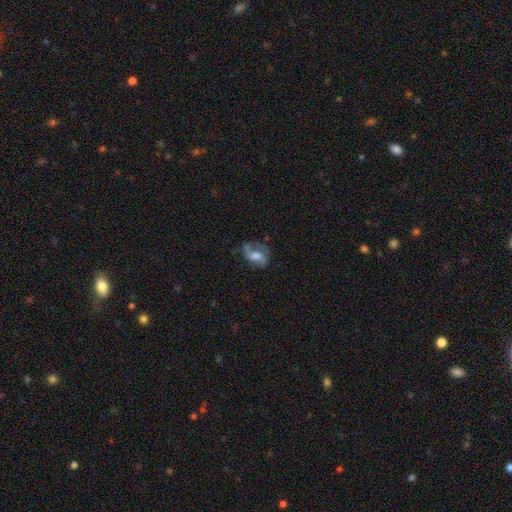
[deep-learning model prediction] smooth-or-featured: featured or disk: 57% | smooth: 34% | star or artifact: 8%
  disk-edge-on: no: 96% | yes: 4%
    bar: no: 56% | weak: 34% | strong: 10%
    has-spiral-arms: yes: 75% | no: 25%
    bulge-size: moderate: 40% | large: 32% | small: 15% | none: 10% | dominant: 3%
  merging: none: 44% | major disturbance: 29% | minor disturbance: 25% | merger: 2%